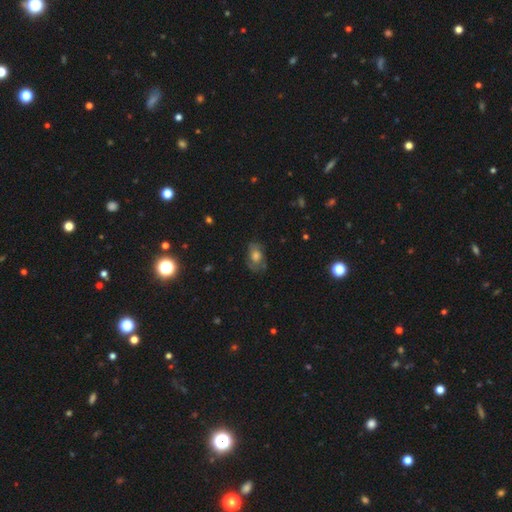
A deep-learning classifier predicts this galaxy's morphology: smooth-or-featured: smooth: 47% | featured or disk: 34% | star or artifact: 19%
  merging: none: 68% | minor disturbance: 21% | major disturbance: 10% | merger: 2%